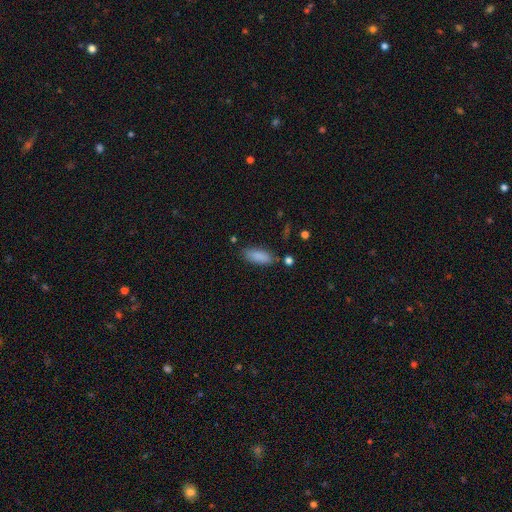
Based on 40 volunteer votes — smooth-or-featured: smooth: 92% | featured or disk: 8% | star or artifact: 0%
  how-rounded: in between: 73% | cigar-shaped: 27% | round: 0%
  merging: none: 92% | minor disturbance: 5% | merger: 2% | major disturbance: 0%